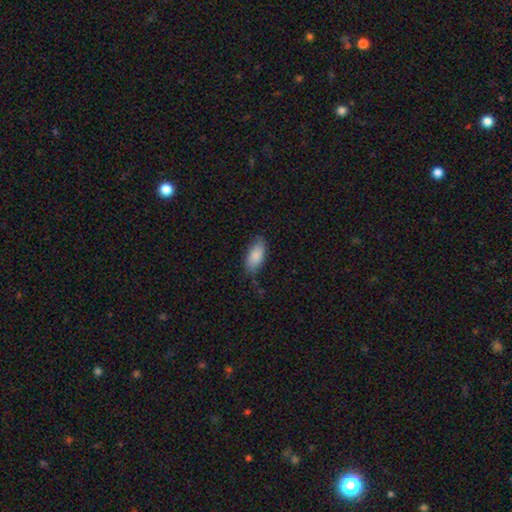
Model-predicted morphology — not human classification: Smooth or featured? Predicted: smooth (p=0.85). How rounded? Predicted: in between (p=0.89). Merging? Predicted: none (p=0.75).